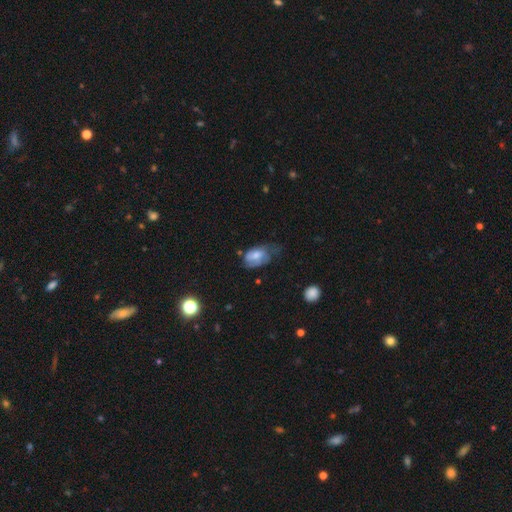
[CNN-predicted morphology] Smooth or featured: featured or disk — 47% (smooth — 45%)
Merging: minor disturbance — 35% (none — 33%)